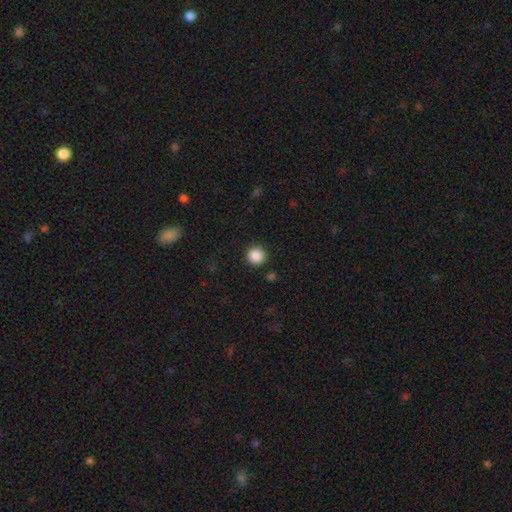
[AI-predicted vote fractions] This appears to be a smooth galaxy with no disk features (87%) that is round (95%). Merging: none (91%).